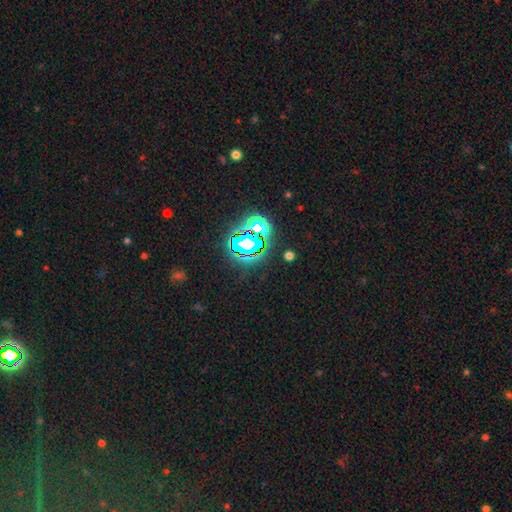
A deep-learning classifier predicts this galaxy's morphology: star or artifact 82%, smooth 11%, featured or disk 7%.